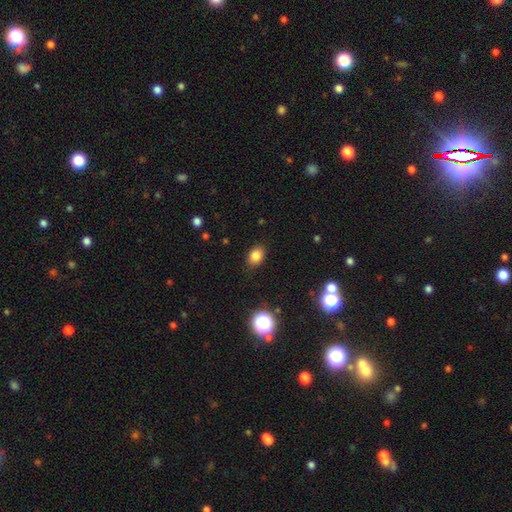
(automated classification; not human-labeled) Overall: smooth (82%). How rounded: in between (66%; round 33%). Merging: none (85%).